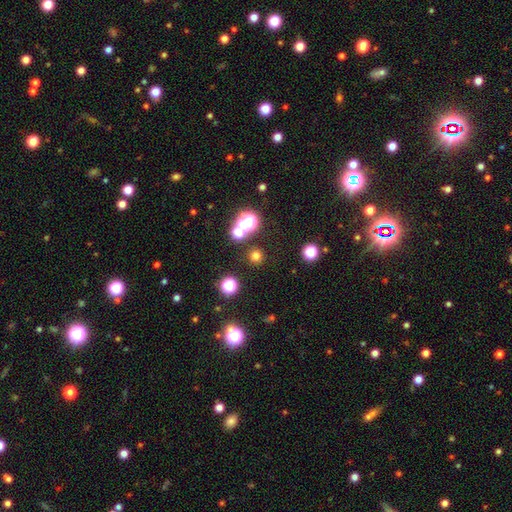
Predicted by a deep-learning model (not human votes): The model was most divided on "smooth or featured": smooth: 67%, star or artifact: 27%, featured or disk: 6%. More confident: how rounded — round (94%); merging — none (84%).